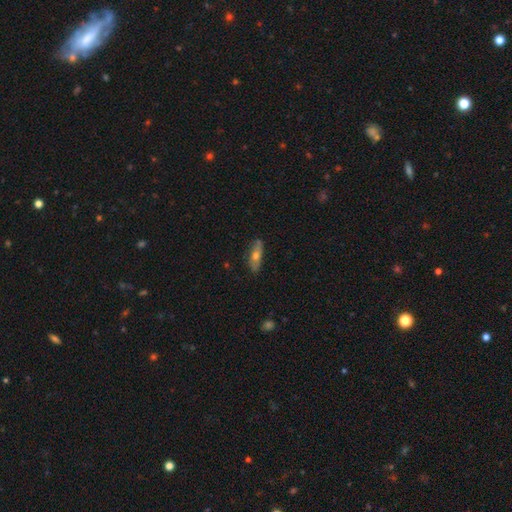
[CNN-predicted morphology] Q: Smooth or featured?
A: smooth (52%); runner-up: featured or disk (41%)
Q: How rounded?
A: cigar-shaped (50%); runner-up: in between (46%)
Q: Merging?
A: none (82%); runner-up: minor disturbance (14%)